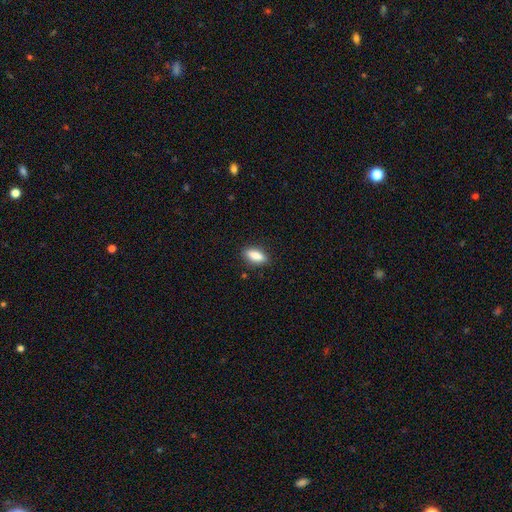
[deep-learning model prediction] This appears to be a smooth galaxy with no disk features (85%) that is in between round and cigar-shaped (76%). Merging: none (86%).